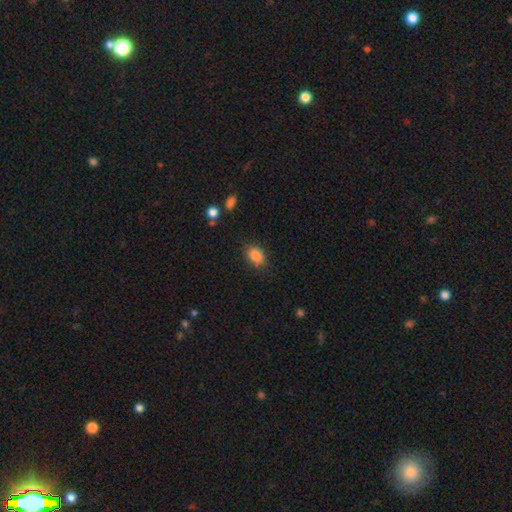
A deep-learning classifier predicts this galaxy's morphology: smooth 87%, star or artifact 9%, featured or disk 5%. Down the decision tree: how rounded — in between (80%); merging — none (82%).